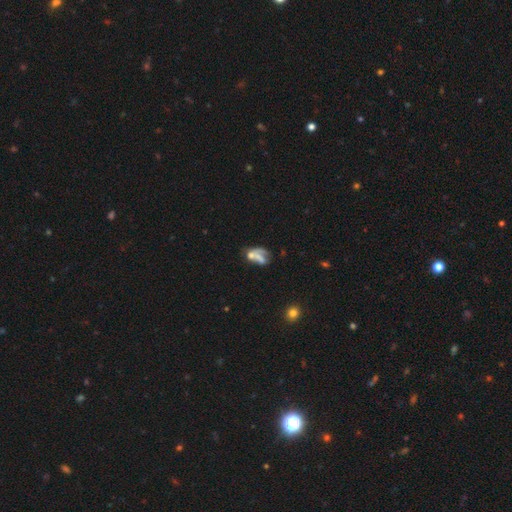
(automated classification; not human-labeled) Smooth or featured? smooth (43%)
Merging? merger (41%)